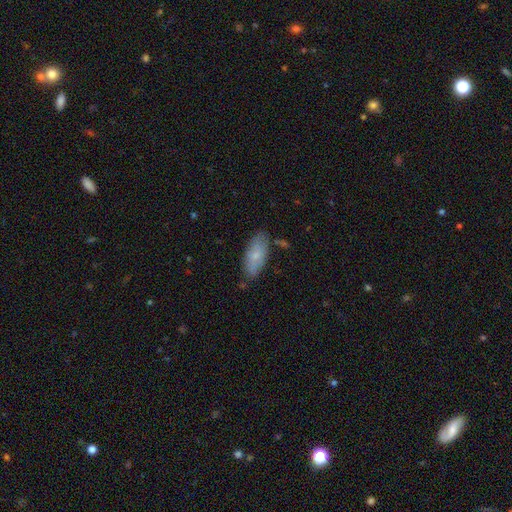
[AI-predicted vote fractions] smooth 74%, featured or disk 20%, star or artifact 6%. Down the decision tree: how rounded — in between (84%); merging — none (75%).